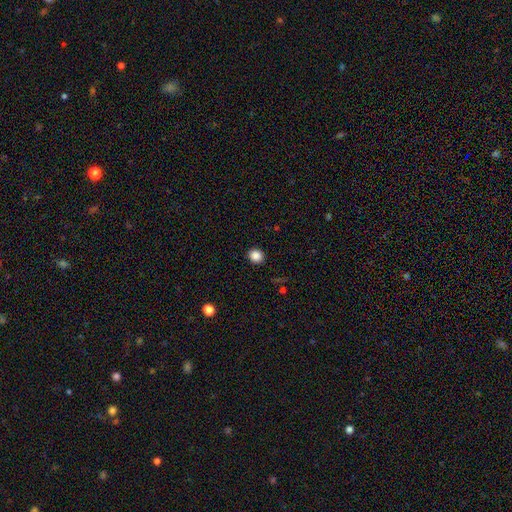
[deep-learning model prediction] smooth_or_featured: smooth (p=0.87) [alt: star or artifact p=0.10]
how_rounded: round (p=0.85) [alt: in between p=0.14]
merging: none (p=0.92) [alt: minor disturbance p=0.05]